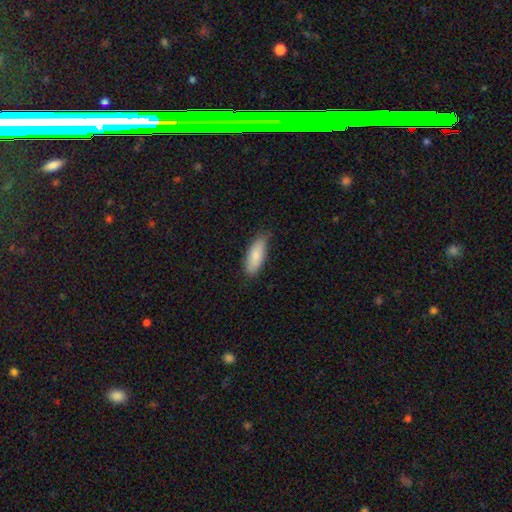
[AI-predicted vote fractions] This is clearly a smooth galaxy (86%). How rounded: likely in between (73%). Merging: likely none (77%).